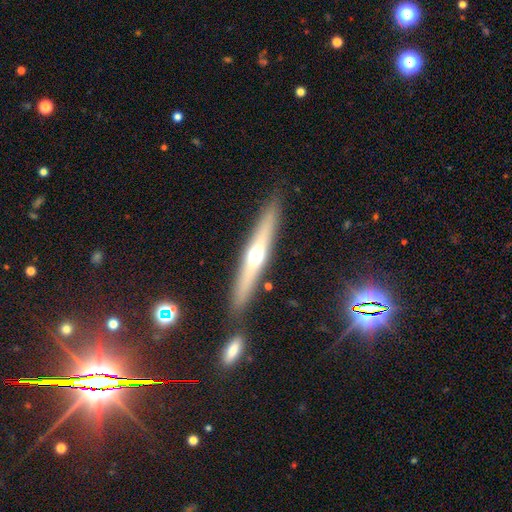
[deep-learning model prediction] This is possibly a featured or disk galaxy (58%). It is clearly viewed edge-on (93%). Edge-on bulge: clearly rounded (90%). Merging: clearly none (88%).